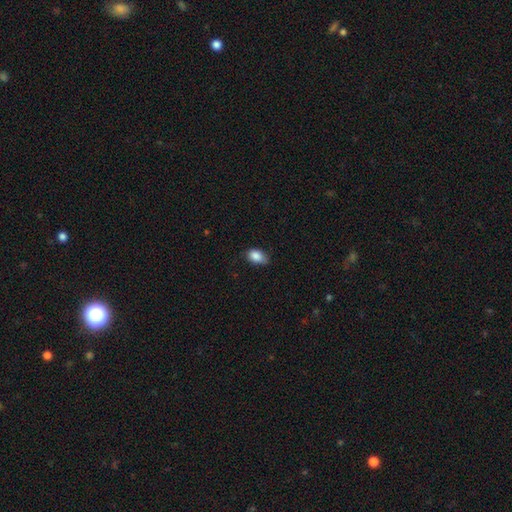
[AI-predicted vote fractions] Smooth or featured: smooth — 86% (star or artifact — 8%)
How rounded: in between — 86% (round — 12%)
Merging: none — 70% (minor disturbance — 25%)